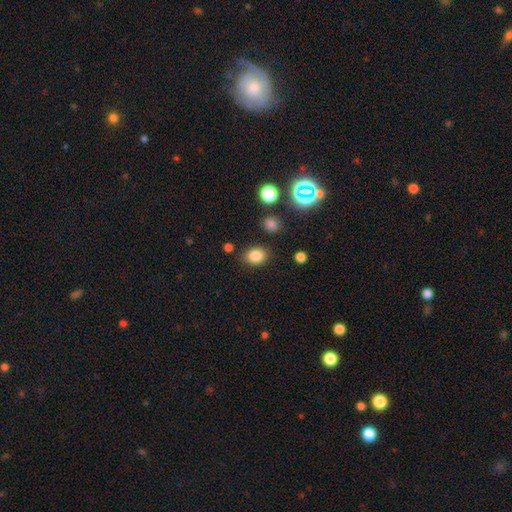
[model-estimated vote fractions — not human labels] This is clearly a smooth galaxy (83%). How rounded: possibly in between (59%). Merging: clearly none (81%).